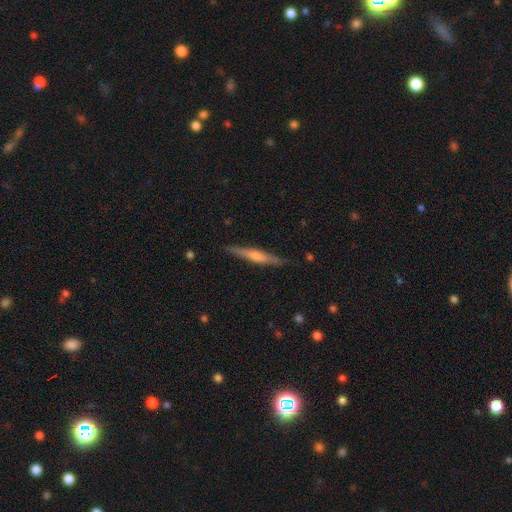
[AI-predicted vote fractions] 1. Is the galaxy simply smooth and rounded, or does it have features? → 58% featured or disk, 37% smooth, 6% star or artifact.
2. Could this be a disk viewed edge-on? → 97% yes, 3% no.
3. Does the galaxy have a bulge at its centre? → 54% rounded, 26% none, 21% boxy.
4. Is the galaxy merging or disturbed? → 88% none, 9% minor disturbance, 2% major disturbance, 1% merger.